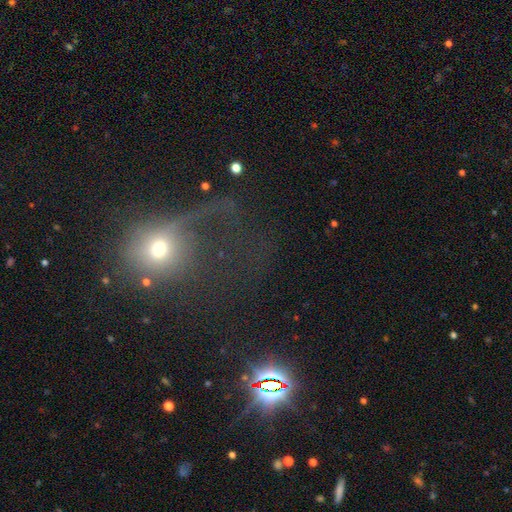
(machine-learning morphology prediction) Overall: smooth (45%; star or artifact 31%). Merging: major disturbance (48%; none 30%).